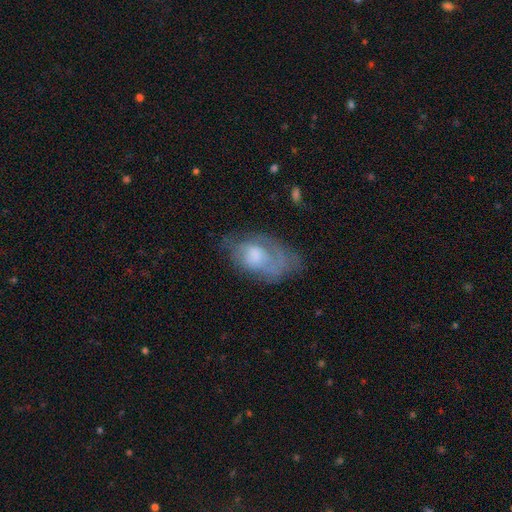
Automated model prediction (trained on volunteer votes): Morphology: type=featured or disk (53%); edge-on=no (94%); bar=no (78%); spiral arms=yes (62%); bulge=moderate (42%); merging=none (50%).